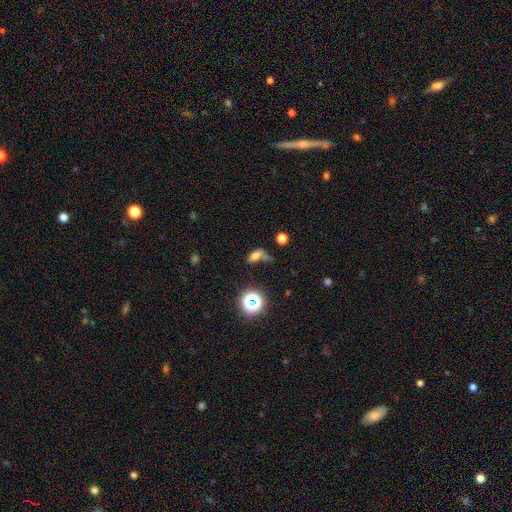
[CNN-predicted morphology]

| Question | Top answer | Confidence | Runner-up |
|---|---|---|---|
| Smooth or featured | smooth | 61% | star or artifact (22%) |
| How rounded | in between | 70% | cigar-shaped (15%) |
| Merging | none | 36% | merger (22%) |